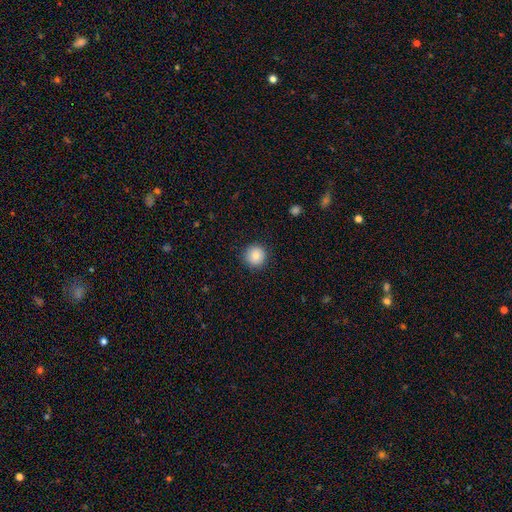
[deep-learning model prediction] Q: Smooth or featured?
A: smooth (84%); runner-up: star or artifact (9%)
Q: How rounded?
A: round (95%); runner-up: in between (4%)
Q: Merging?
A: none (91%); runner-up: minor disturbance (6%)